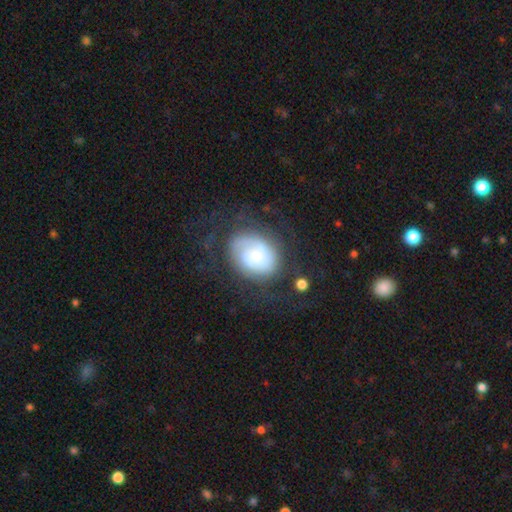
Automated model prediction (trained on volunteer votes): A featured or disk galaxy (59%) with no bar (69%), spiral arms (83%) and a small central bulge (46%).

Vote fractions:
- Smooth or featured? featured or disk: 59% / smooth: 33% / star or artifact: 8%
- Edge-on disk? no: 97% / yes: 3%
- Bar? no: 69% / weak: 26% / strong: 5%
- Spiral arms? yes: 83% / no: 17%
- Bulge size? small: 46% / moderate: 27% / large: 14% / none: 8% / dominant: 5%
- Merging? none: 59% / minor disturbance: 20% / major disturbance: 18% / merger: 3%